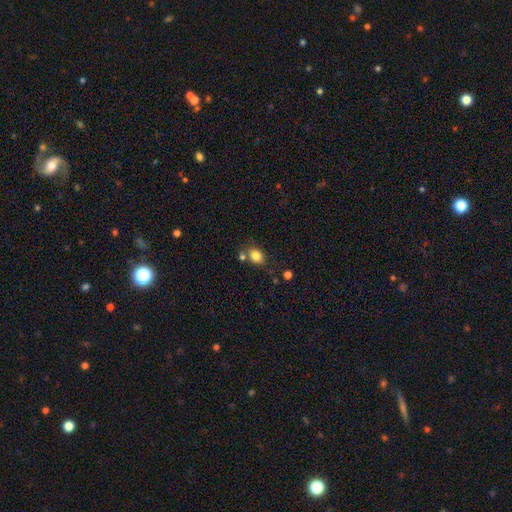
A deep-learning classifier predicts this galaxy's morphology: Smooth or featured? Predicted: smooth (p=0.81). How rounded? Predicted: round (p=0.51). Merging? Predicted: none (p=0.63).